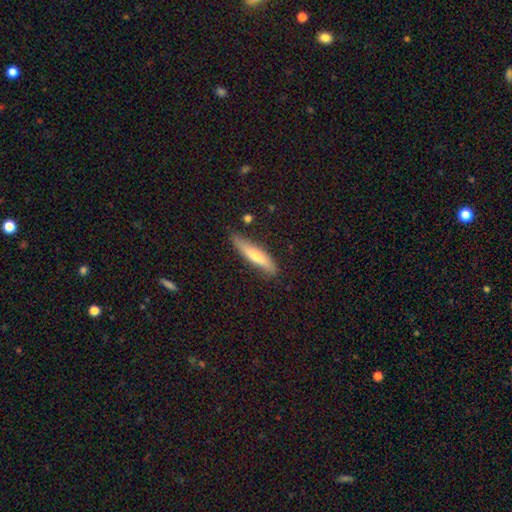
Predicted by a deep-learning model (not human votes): The model was most divided on "smooth or featured": smooth: 54%, featured or disk: 40%, star or artifact: 6%. More confident: how rounded — cigar-shaped (86%); merging — none (83%).